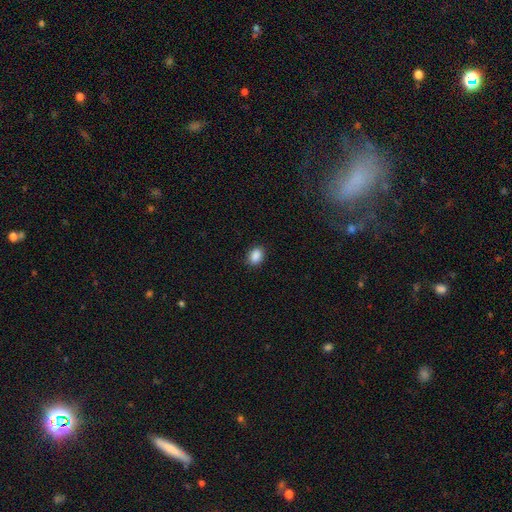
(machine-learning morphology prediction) Overall: smooth (89%). How rounded: in between (73%). Merging: none (88%).